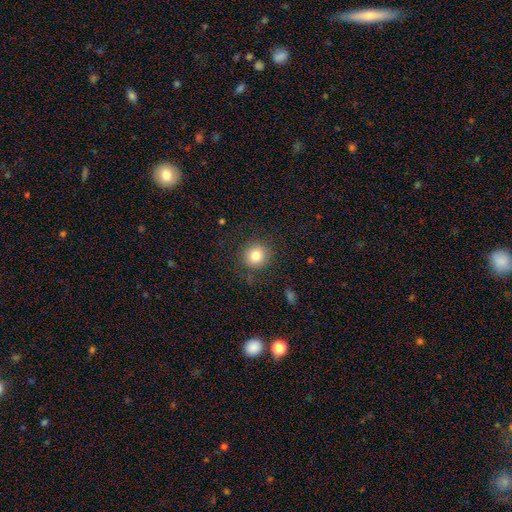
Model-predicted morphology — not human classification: Smooth or featured: smooth — 82% (star or artifact — 11%)
How rounded: round — 90% (in between — 9%)
Merging: none — 87% (minor disturbance — 9%)